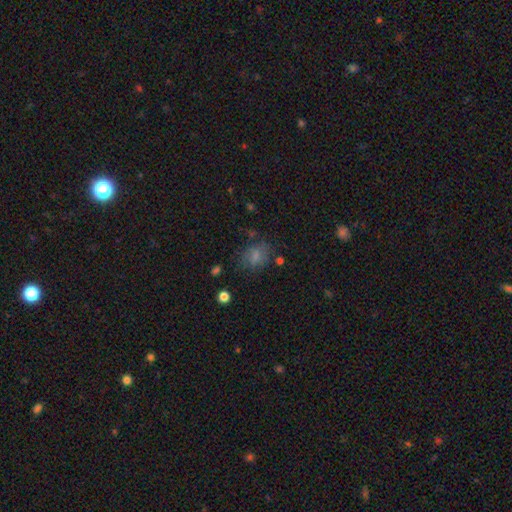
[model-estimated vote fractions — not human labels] smooth 69%, featured or disk 17%, star or artifact 15%. Down the decision tree: how rounded — in between (58%); merging — none (62%).